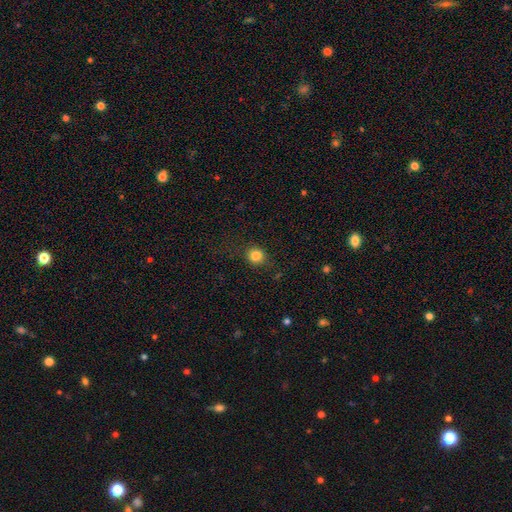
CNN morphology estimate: smooth 84%, star or artifact 11%, featured or disk 5%. Down the decision tree: how rounded — round (84%); merging — none (82%).